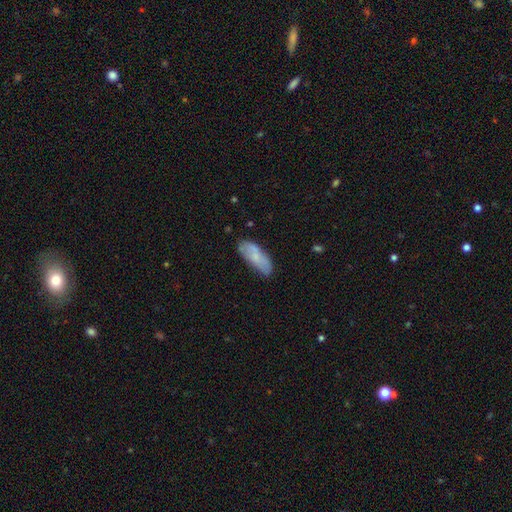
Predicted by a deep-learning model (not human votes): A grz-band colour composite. It shows a smooth galaxy with no disk features (67%) that is in between round and cigar-shaped (71%). Merging: none (69%).